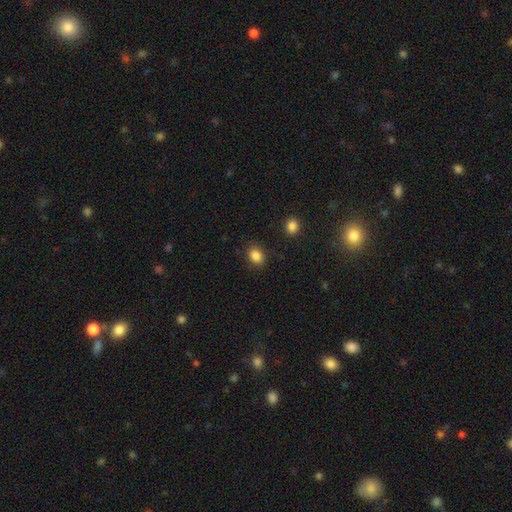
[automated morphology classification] This appears to be a smooth galaxy with no disk features (86%) that is in between round and cigar-shaped (66%). Merging: none (85%).